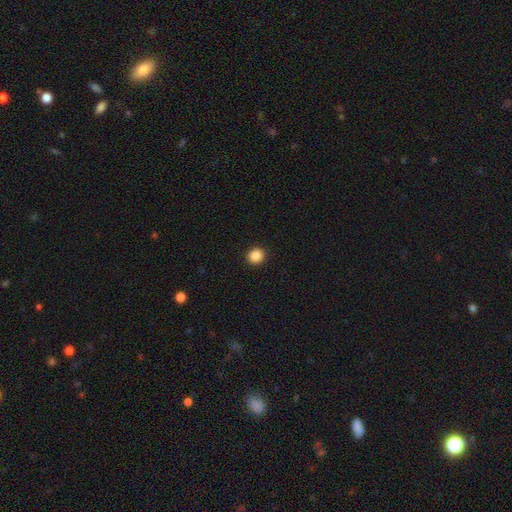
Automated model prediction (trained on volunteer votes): A smooth galaxy with no disk features (87%) that is round (90%).

Vote fractions:
- Smooth or featured? smooth: 87% / star or artifact: 10% / featured or disk: 3%
- How rounded? round: 90% / in between: 9% / cigar-shaped: 1%
- Merging? none: 93% / minor disturbance: 4% / major disturbance: 2% / merger: 1%